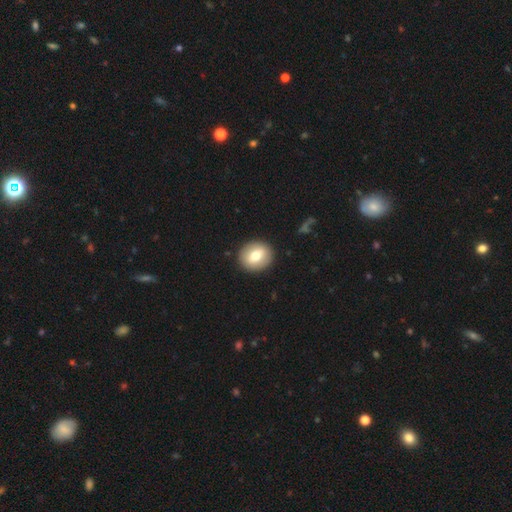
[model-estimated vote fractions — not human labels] Overall: smooth (69%). How rounded: round (78%). Merging: none (91%).